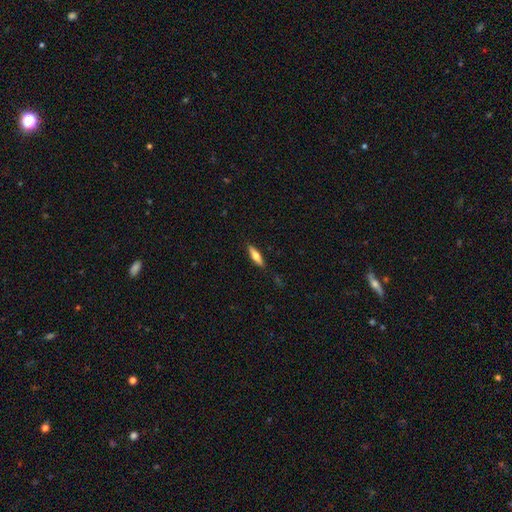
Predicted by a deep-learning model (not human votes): Morphology: type=smooth (62%); roundness=cigar-shaped (62%); merging=none (87%).